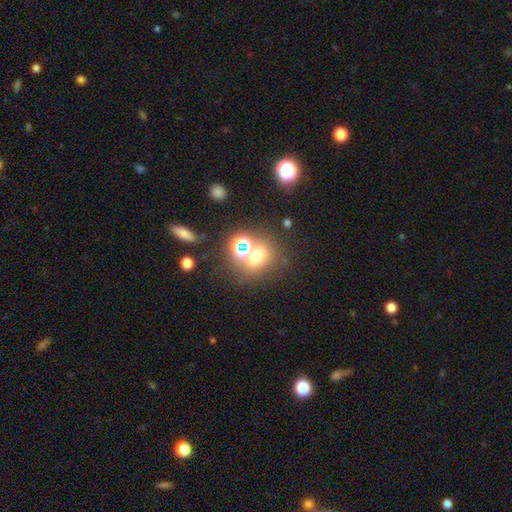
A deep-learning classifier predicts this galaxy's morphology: The model was most divided on "smooth or featured": smooth: 58%, star or artifact: 31%, featured or disk: 11%. More confident: how rounded — round (77%); merging — none (63%).